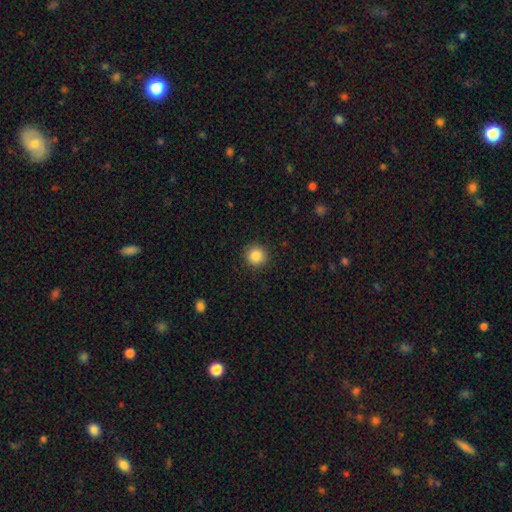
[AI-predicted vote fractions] Overall: smooth (86%). How rounded: round (94%). Merging: none (91%).